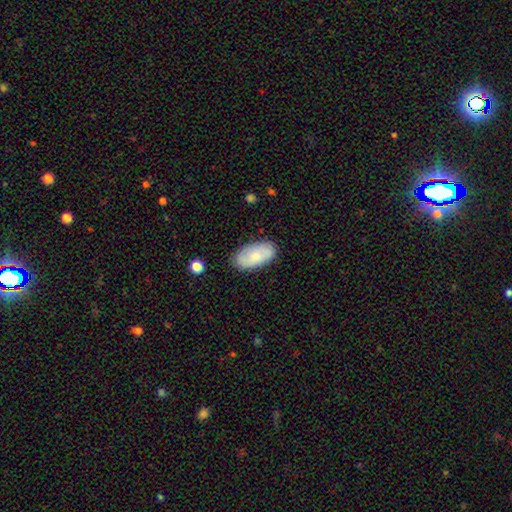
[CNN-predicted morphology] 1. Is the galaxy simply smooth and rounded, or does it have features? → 70% smooth, 23% featured or disk, 6% star or artifact.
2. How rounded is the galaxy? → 94% in between, 3% cigar-shaped, 3% round.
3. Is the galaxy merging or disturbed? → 81% none, 14% minor disturbance, 3% major disturbance, 2% merger.